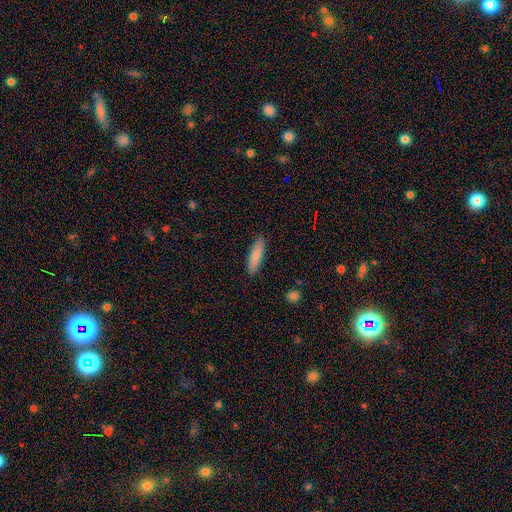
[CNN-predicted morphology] smooth-or-featured: smooth: 82% | featured or disk: 12% | star or artifact: 6%
  how-rounded: cigar-shaped: 65% | in between: 34% | round: 2%
  merging: none: 88% | minor disturbance: 9% | major disturbance: 2% | merger: 1%